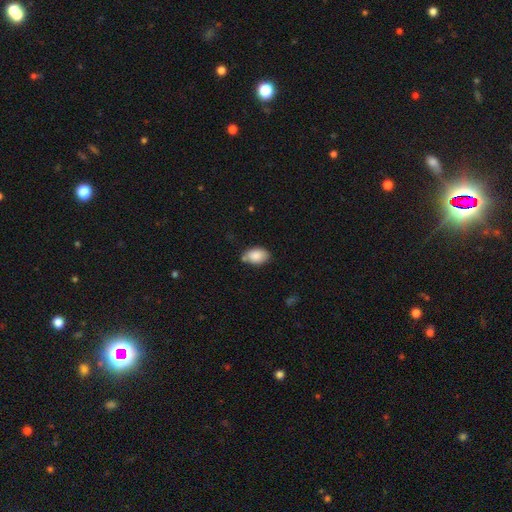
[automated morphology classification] Q: Smooth or featured?
A: smooth (86%); runner-up: star or artifact (7%)
Q: How rounded?
A: in between (87%); runner-up: round (12%)
Q: Merging?
A: none (66%); runner-up: minor disturbance (22%)